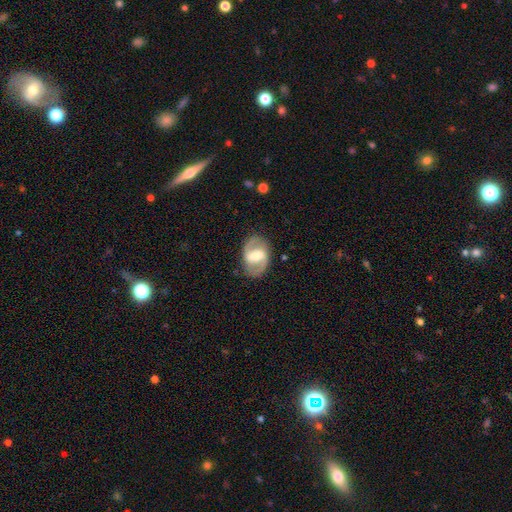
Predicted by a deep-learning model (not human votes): Smooth or featured: featured or disk — 77% (smooth — 18%)
Edge-on disk: no — 97% (yes — 3%)
Bar: strong — 46% (weak — 41%)
Spiral arms: yes — 84% (no — 16%)
Spiral winding: medium — 52% (loose — 26%)
Spiral arm count: 2 — 90% (can't tell — 5%)
Bulge size: moderate — 46% (large — 26%)
Merging: none — 84% (minor disturbance — 11%)